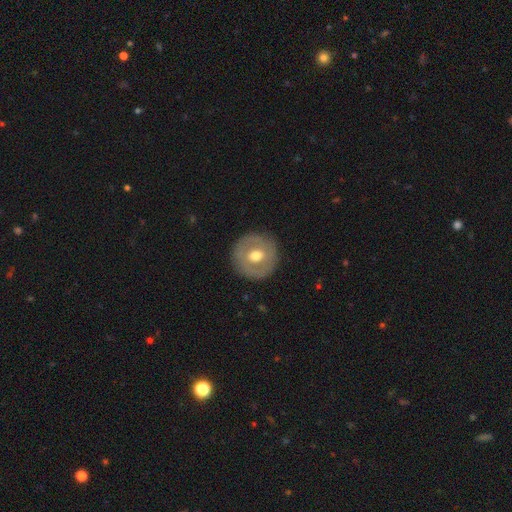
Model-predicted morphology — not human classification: smooth 48%, featured or disk 46%, star or artifact 6%. Down the decision tree: merging — none (88%).